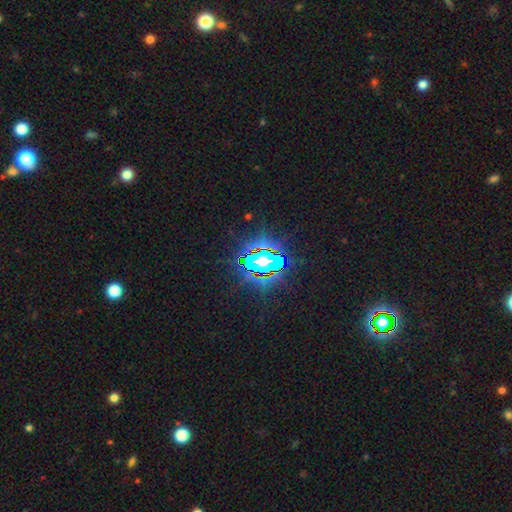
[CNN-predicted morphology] The model was most divided on "smooth or featured": star or artifact: 69%, featured or disk: 16%, smooth: 15%.